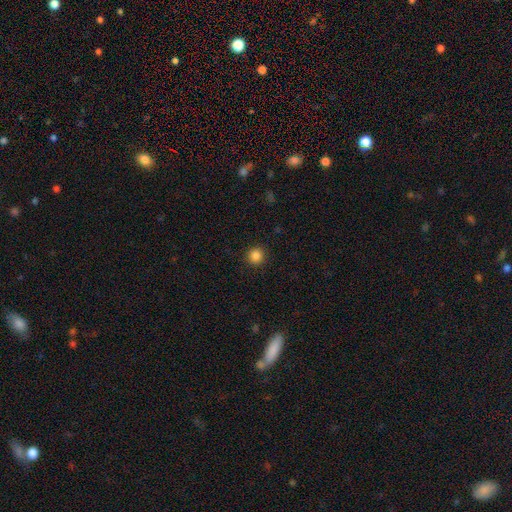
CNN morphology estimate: smooth 85%, star or artifact 11%, featured or disk 3%. Down the decision tree: how rounded — round (94%); merging — none (92%).